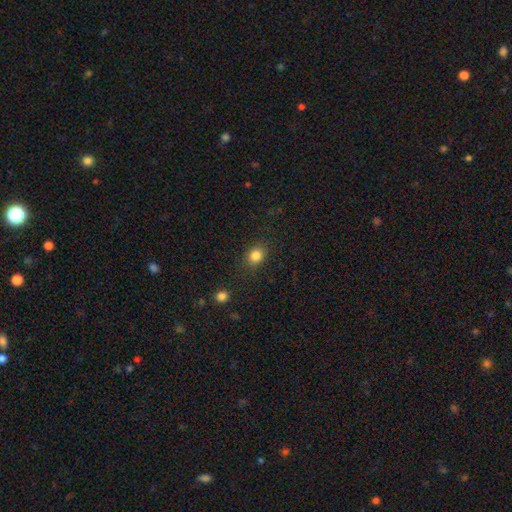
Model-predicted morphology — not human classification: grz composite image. It shows a smooth galaxy with no disk features (84%) that is round (61%). Merging: none (83%).